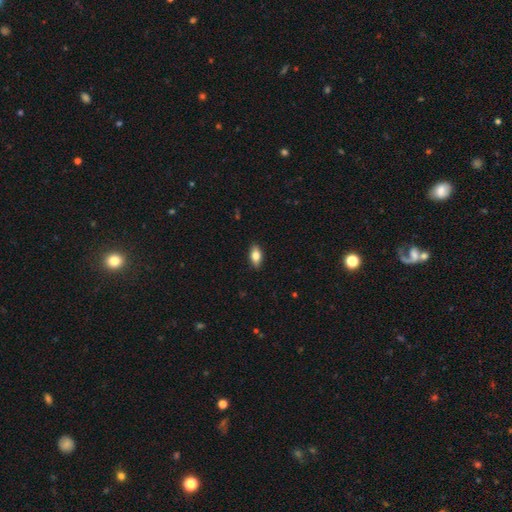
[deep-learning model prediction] This is likely a smooth galaxy (78%). How rounded: clearly in between (87%). Merging: clearly none (88%).